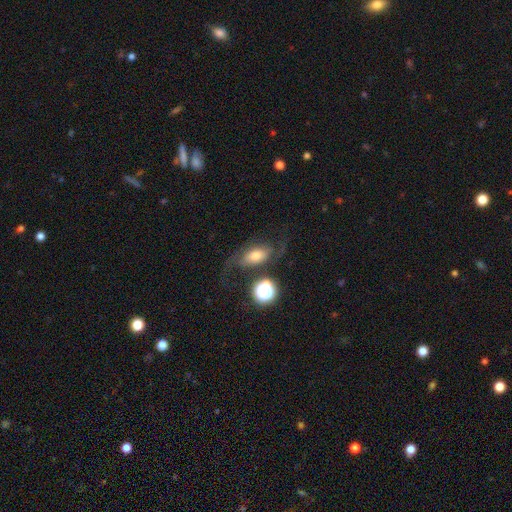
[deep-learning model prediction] featured or disk 45%, smooth 42%, star or artifact 13%. Down the decision tree: merging — none (49%).